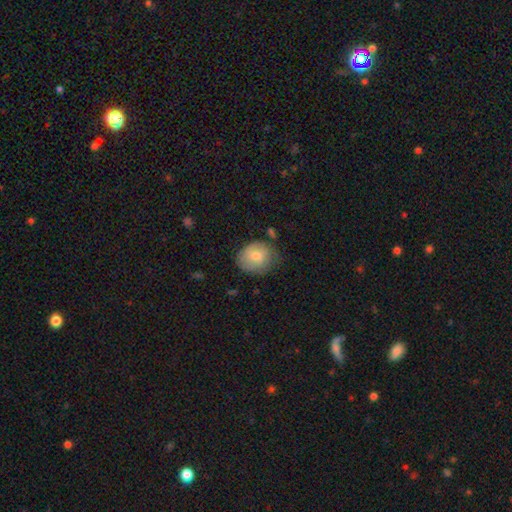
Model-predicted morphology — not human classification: A smooth galaxy with no disk features (72%) that is round (59%).

Vote fractions:
- Smooth or featured? smooth: 72% / featured or disk: 21% / star or artifact: 7%
- How rounded? round: 59% / in between: 40% / cigar-shaped: 1%
- Merging? none: 63% / minor disturbance: 28% / major disturbance: 7% / merger: 2%